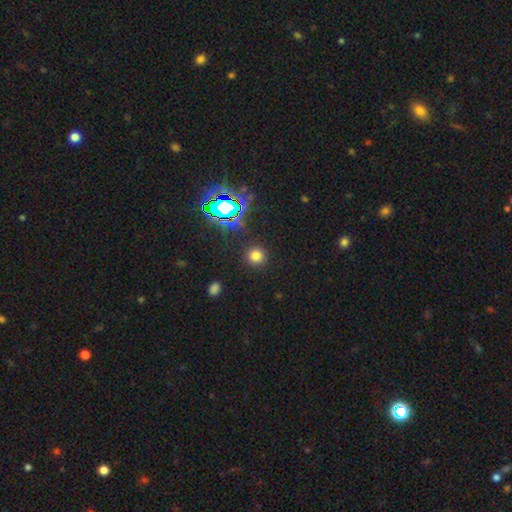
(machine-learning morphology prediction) The model was most divided on "smooth or featured": smooth: 73%, star or artifact: 21%, featured or disk: 6%. More confident: how rounded — round (93%); merging — none (90%).